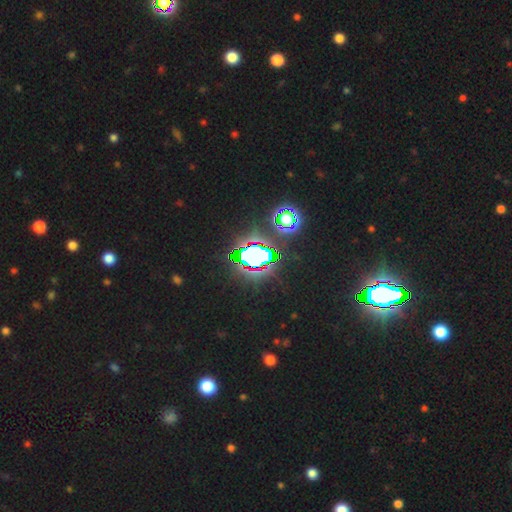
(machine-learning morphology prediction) Smooth or featured: star or artifact — 75% (smooth — 15%)